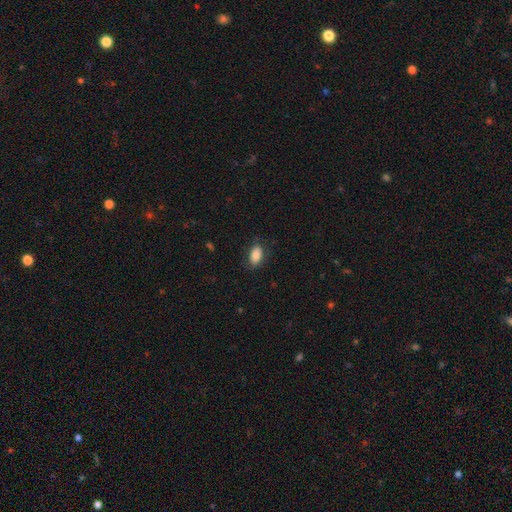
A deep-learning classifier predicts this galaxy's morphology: A smooth galaxy with no disk features (82%) that is in between round and cigar-shaped (91%).

Vote fractions:
- Smooth or featured? smooth: 82% / featured or disk: 10% / star or artifact: 7%
- How rounded? in between: 91% / round: 7% / cigar-shaped: 2%
- Merging? none: 78% / minor disturbance: 16% / major disturbance: 5% / merger: 1%